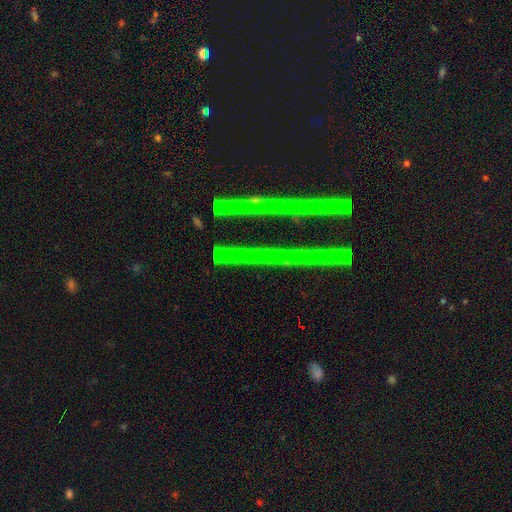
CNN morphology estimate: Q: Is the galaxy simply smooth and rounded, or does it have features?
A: star or artifact — 74%.